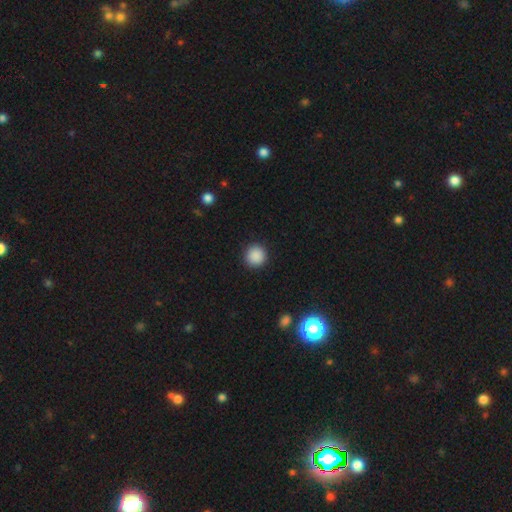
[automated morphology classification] Overall: smooth (88%). How rounded: round (95%). Merging: none (92%).